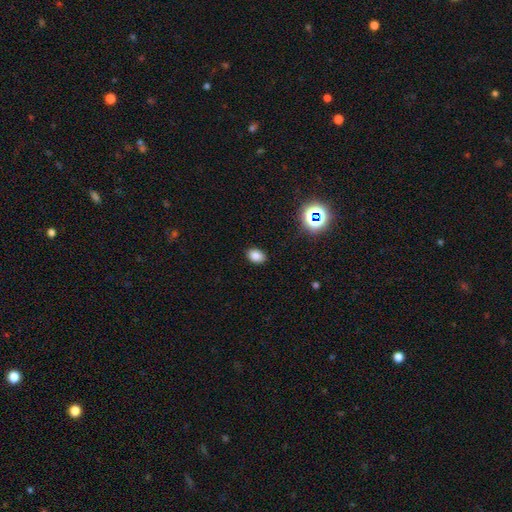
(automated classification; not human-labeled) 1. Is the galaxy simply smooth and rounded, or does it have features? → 81% smooth, 14% star or artifact, 5% featured or disk.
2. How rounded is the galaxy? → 74% in between, 25% round, 1% cigar-shaped.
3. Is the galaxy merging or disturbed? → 88% none, 8% minor disturbance, 2% major disturbance, 1% merger.